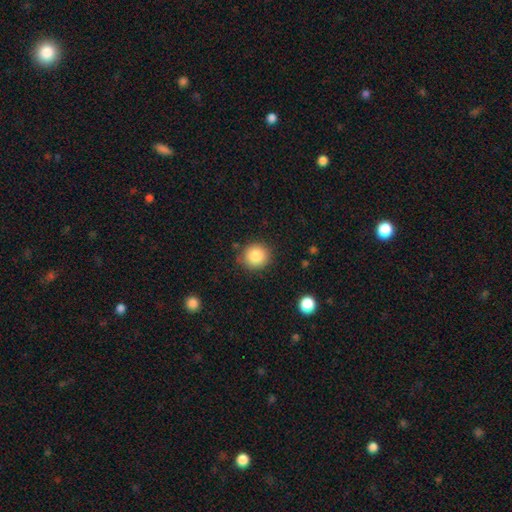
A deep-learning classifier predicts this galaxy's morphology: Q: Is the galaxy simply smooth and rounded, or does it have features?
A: smooth — 85%.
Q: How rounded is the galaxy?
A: round — 89%.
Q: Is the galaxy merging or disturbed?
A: none — 85%.